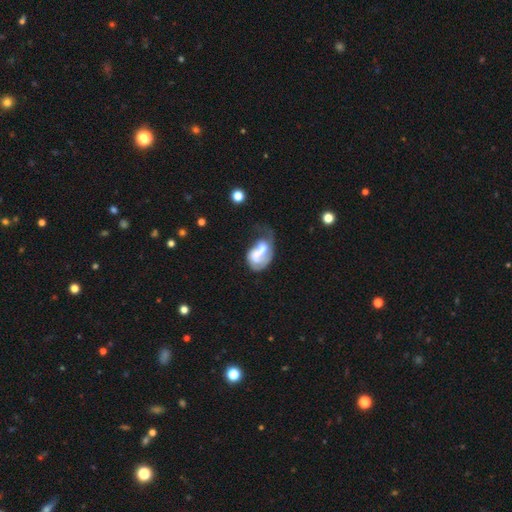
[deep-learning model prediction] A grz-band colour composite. It shows a featured or disk galaxy (58%) with no bar (57%), spiral arms (57%) and a moderate central bulge (29%). Merging: major disturbance (45%).